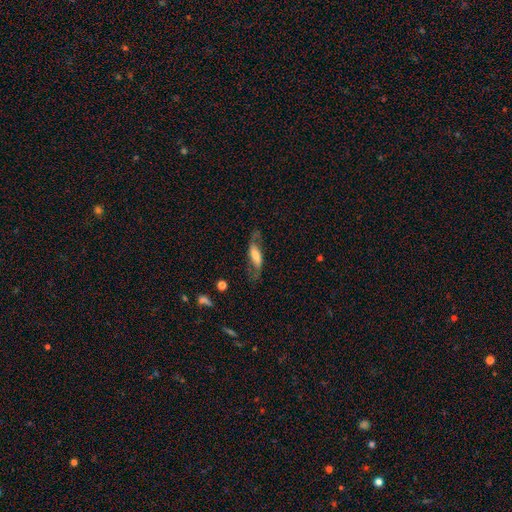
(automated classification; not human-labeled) The model was most divided on "smooth or featured": featured or disk: 50%, smooth: 42%, star or artifact: 8%. More confident: merging — none (60%).